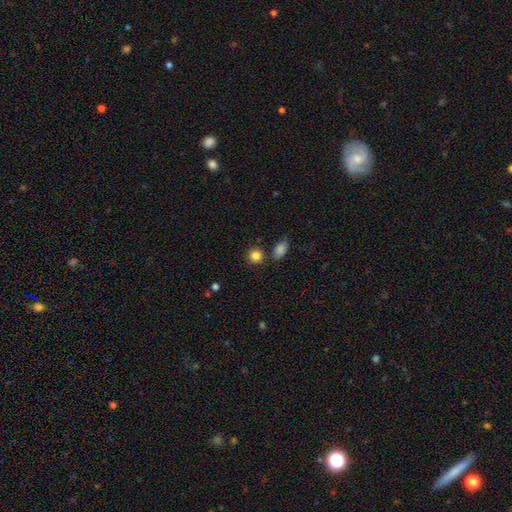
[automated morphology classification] smooth-or-featured: smooth: 85% | star or artifact: 10% | featured or disk: 5%
  how-rounded: round: 85% | in between: 13% | cigar-shaped: 1%
  merging: none: 78% | minor disturbance: 10% | merger: 9% | major disturbance: 3%